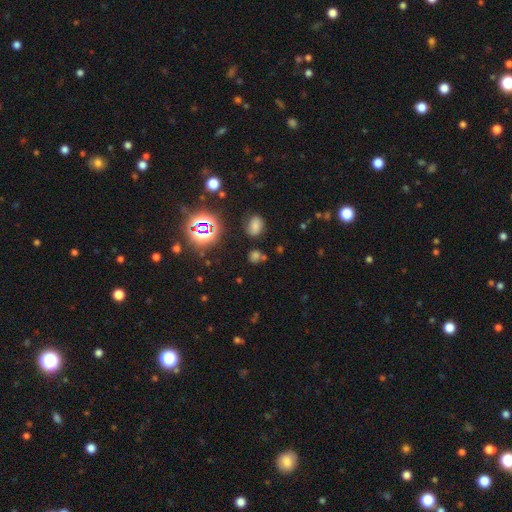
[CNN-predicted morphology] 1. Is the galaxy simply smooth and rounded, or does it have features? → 46% smooth (tied), 46% star or artifact (tied), 8% featured or disk.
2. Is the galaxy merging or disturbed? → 72% none, 12% minor disturbance, 10% merger, 5% major disturbance.